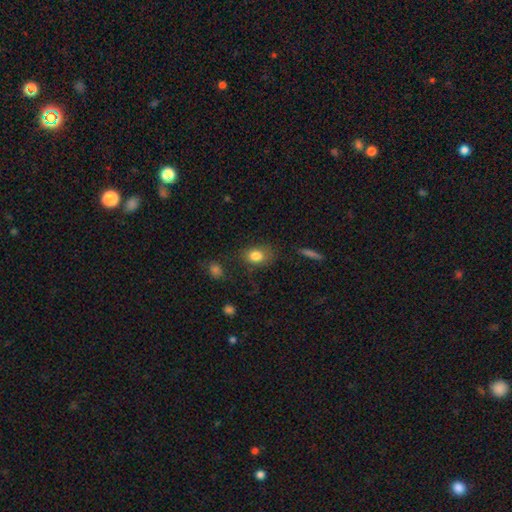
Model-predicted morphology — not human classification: This appears to be a smooth galaxy with no disk features (81%) that is in between round and cigar-shaped (72%). Merging: none (69%).